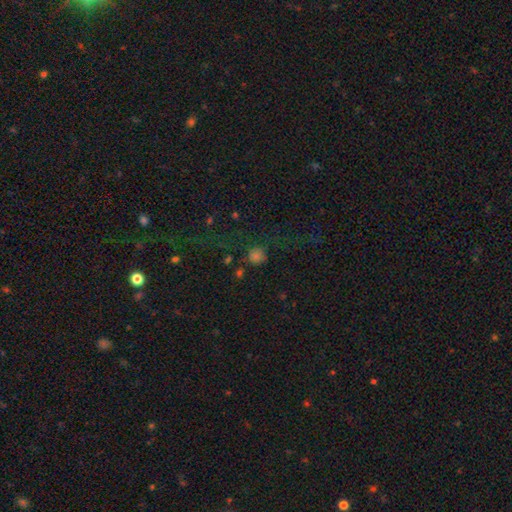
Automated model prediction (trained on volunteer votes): Smooth or featured? smooth (62%)
How rounded? round (88%)
Merging? none (68%)